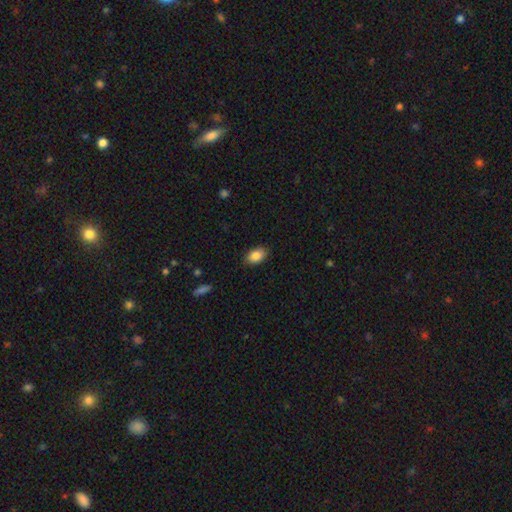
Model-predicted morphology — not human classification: type=smooth (86%); roundness=in between (88%); merging=none (87%).